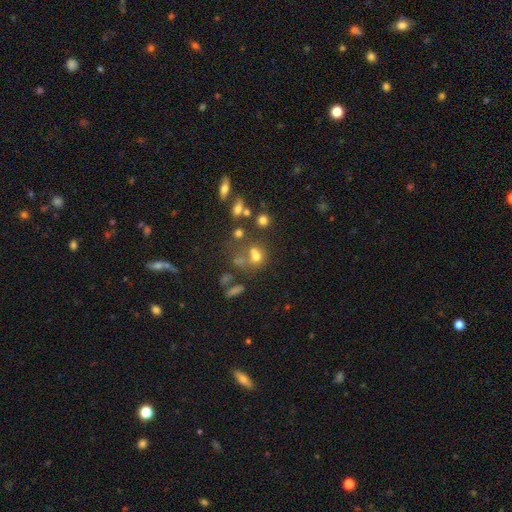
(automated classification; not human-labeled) smooth_or_featured: smooth (p=0.61) [alt: star or artifact p=0.20]
how_rounded: round (p=0.67) [alt: in between p=0.31]
merging: merger (p=0.43) [alt: none p=0.38]